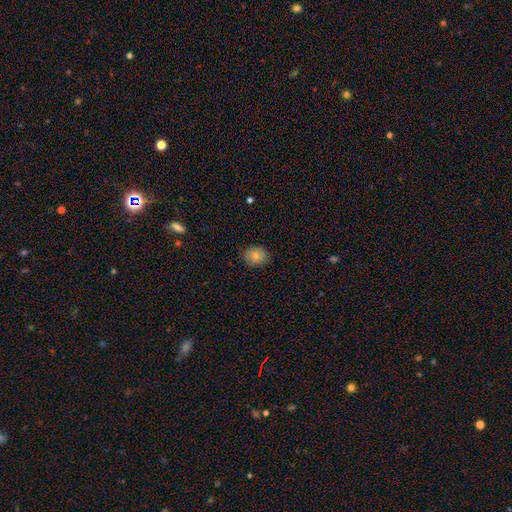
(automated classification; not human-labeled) A smooth galaxy with no disk features (76%) that is round (65%). Merging: none (86%).